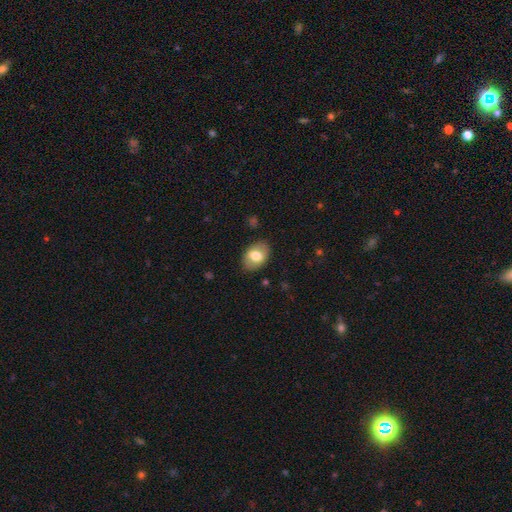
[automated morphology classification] smooth-or-featured: smooth: 69% | featured or disk: 24% | star or artifact: 7%
  how-rounded: in between: 81% | round: 18% | cigar-shaped: 1%
  merging: none: 84% | minor disturbance: 11% | major disturbance: 3% | merger: 1%